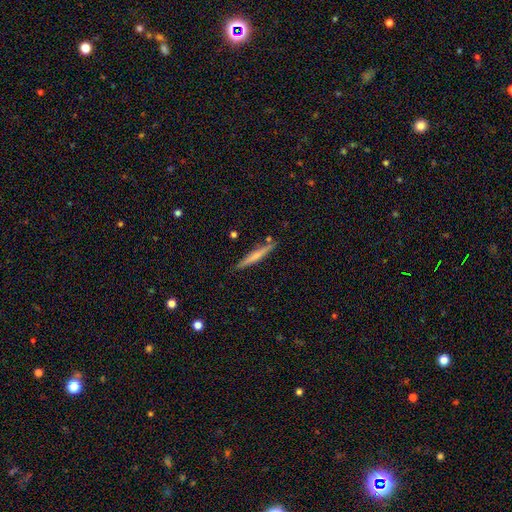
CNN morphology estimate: smooth_or_featured: smooth (p=0.55) [alt: featured or disk p=0.40]
how_rounded: cigar-shaped (p=0.95) [alt: in between p=0.04]
merging: none (p=0.85) [alt: minor disturbance p=0.10]